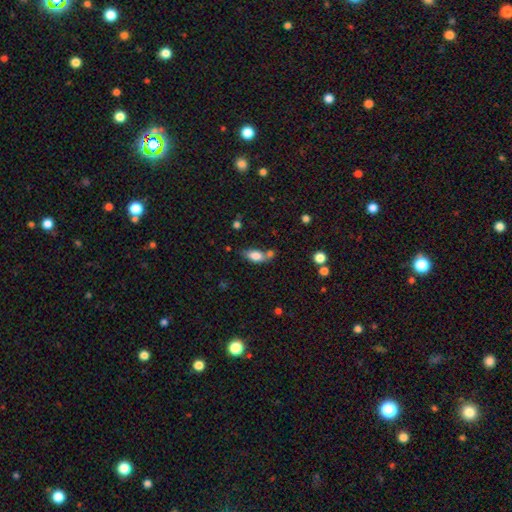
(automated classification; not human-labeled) Morphology: type=smooth (78%); roundness=in between (84%); merging=none (45%).